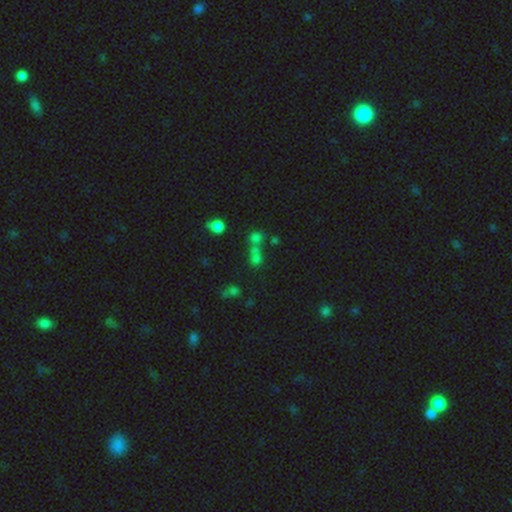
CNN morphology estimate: Smooth or featured? Predicted: smooth (p=0.58). How rounded? Predicted: round (p=0.73). Merging? Predicted: merger (p=0.45).